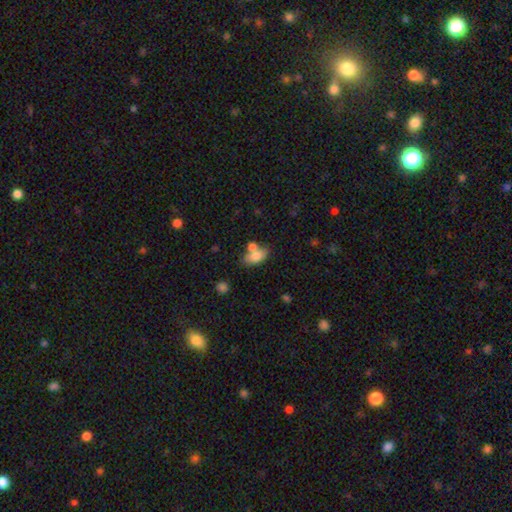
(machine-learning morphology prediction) The model was most divided on "merging": none: 50%, merger: 31%, minor disturbance: 14%, major disturbance: 5%. More confident: how rounded — in between (86%); smooth or featured — smooth (77%).